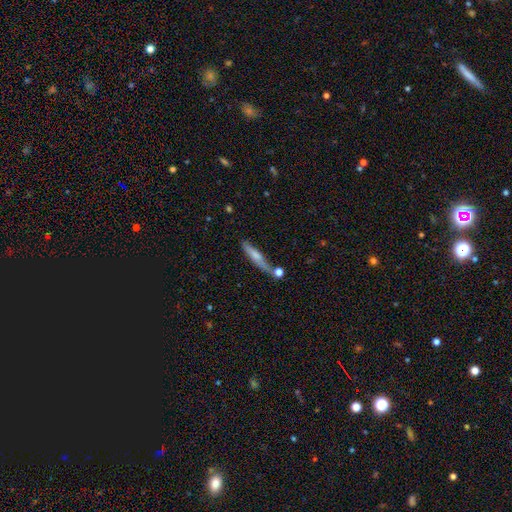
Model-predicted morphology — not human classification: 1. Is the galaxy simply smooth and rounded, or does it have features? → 57% smooth, 37% featured or disk, 7% star or artifact.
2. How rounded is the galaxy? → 87% cigar-shaped, 11% in between, 2% round.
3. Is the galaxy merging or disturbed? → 59% none, 19% minor disturbance, 15% merger, 7% major disturbance.